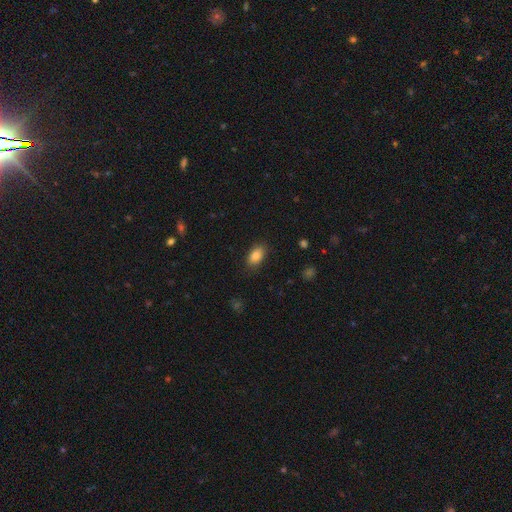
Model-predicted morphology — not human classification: A smooth galaxy with no disk features (87%) that is in between round and cigar-shaped (90%).

Vote fractions:
- Smooth or featured? smooth: 87% / star or artifact: 8% / featured or disk: 5%
- How rounded? in between: 90% / round: 8% / cigar-shaped: 2%
- Merging? none: 84% / minor disturbance: 11% / major disturbance: 3% / merger: 1%